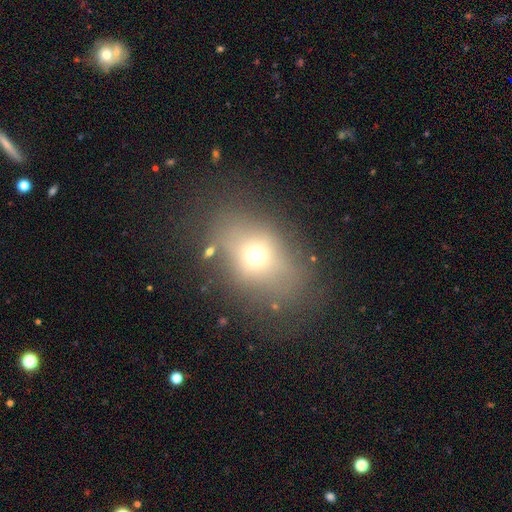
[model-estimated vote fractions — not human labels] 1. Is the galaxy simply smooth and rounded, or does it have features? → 61% smooth, 21% featured or disk, 18% star or artifact.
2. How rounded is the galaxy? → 62% in between, 36% round, 2% cigar-shaped.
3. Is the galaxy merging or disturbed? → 65% none, 19% minor disturbance, 13% major disturbance, 3% merger.